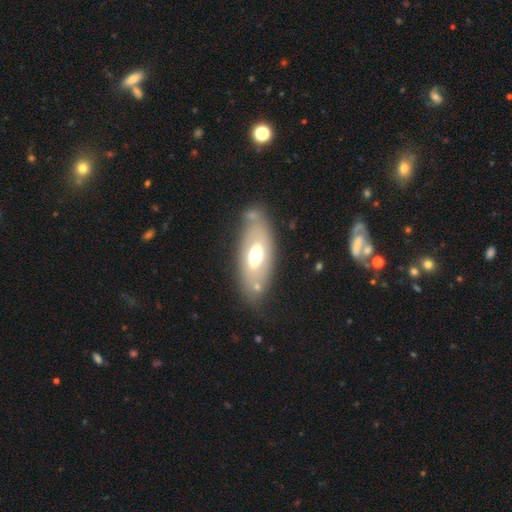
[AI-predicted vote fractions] smooth-or-featured: smooth: 51% | featured or disk: 42% | star or artifact: 7%
  how-rounded: in between: 84% | cigar-shaped: 12% | round: 4%
  merging: none: 70% | minor disturbance: 16% | merger: 7% | major disturbance: 7%